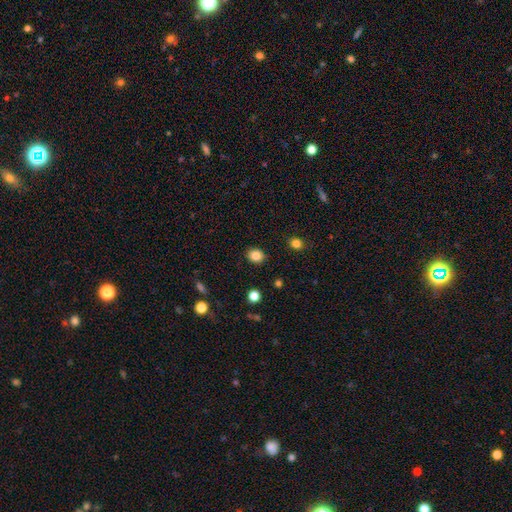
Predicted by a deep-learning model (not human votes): Overall: smooth (84%). How rounded: round (66%; in between 33%). Merging: none (89%).